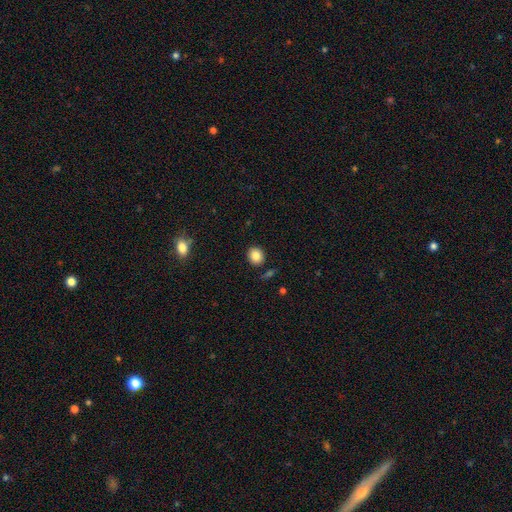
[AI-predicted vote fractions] smooth-or-featured: smooth: 84% | star or artifact: 10% | featured or disk: 7%
  how-rounded: round: 79% | in between: 20% | cigar-shaped: 1%
  merging: none: 87% | minor disturbance: 8% | merger: 3% | major disturbance: 2%